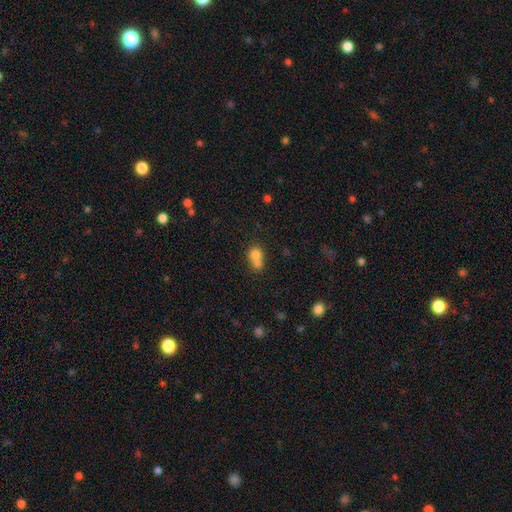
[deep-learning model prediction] Smooth or featured? smooth (75%)
How rounded? round (68%)
Merging? merger (64%)